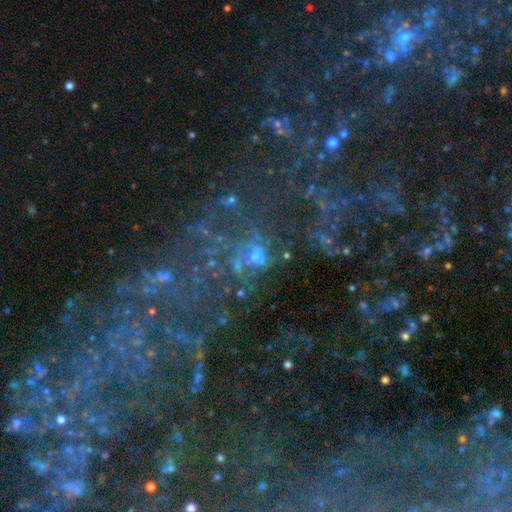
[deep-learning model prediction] Smooth or featured? Predicted: featured or disk (p=0.49). Merging? Predicted: none (p=0.47).